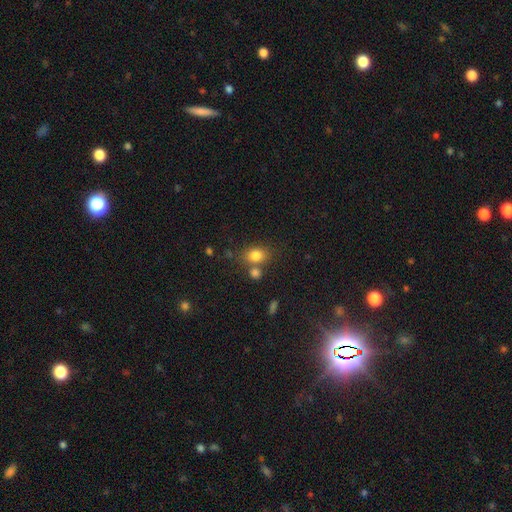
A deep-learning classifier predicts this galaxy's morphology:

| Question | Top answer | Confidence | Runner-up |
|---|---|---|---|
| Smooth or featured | smooth | 81% | star or artifact (11%) |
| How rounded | in between | 60% | round (39%) |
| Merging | none | 60% | merger (22%) |